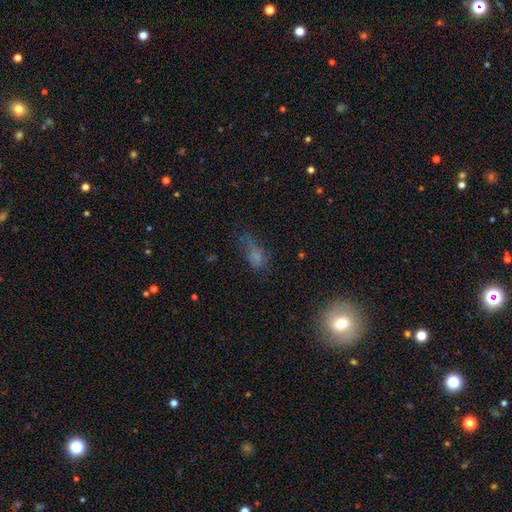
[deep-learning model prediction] Morphology: type=smooth (58%); roundness=in between (78%); merging=none (39%).